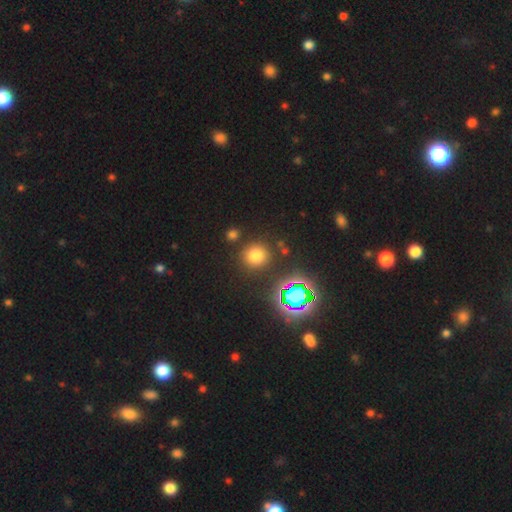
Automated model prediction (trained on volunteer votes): smooth_or_featured: smooth (p=0.68) [alt: star or artifact p=0.24]
how_rounded: round (p=0.91) [alt: in between p=0.08]
merging: none (p=0.86) [alt: minor disturbance p=0.07]